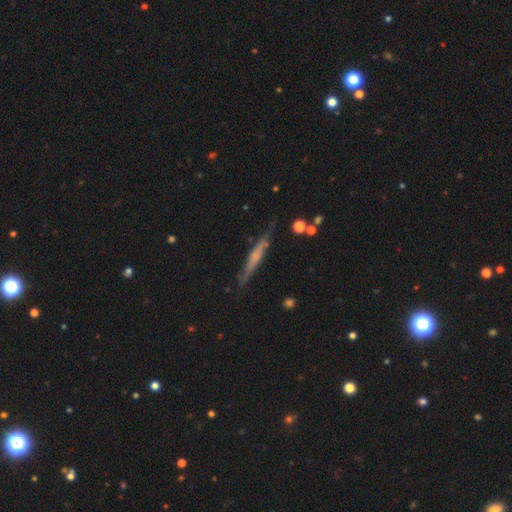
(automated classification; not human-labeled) A featured or disk galaxy (52%) viewed edge-on (92%).

Vote fractions:
- Smooth or featured? featured or disk: 52% / smooth: 41% / star or artifact: 7%
- Edge-on disk? yes: 92% / no: 8%
- Merging? none: 75% / minor disturbance: 18% / major disturbance: 4% / merger: 3%